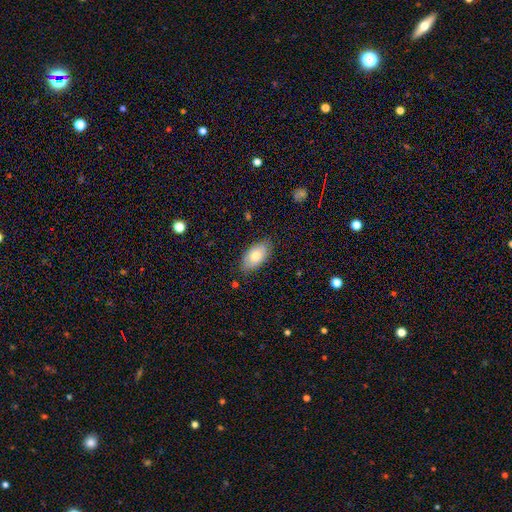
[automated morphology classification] smooth-or-featured: smooth: 73% | featured or disk: 20% | star or artifact: 6%
  how-rounded: in between: 95% | round: 4% | cigar-shaped: 2%
  merging: none: 81% | minor disturbance: 15% | major disturbance: 3% | merger: 1%